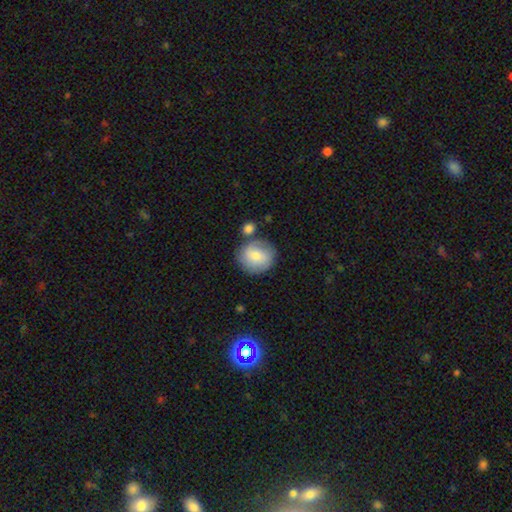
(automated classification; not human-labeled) A smooth galaxy with no disk features (71%) that is round (87%). Merging: none (66%).